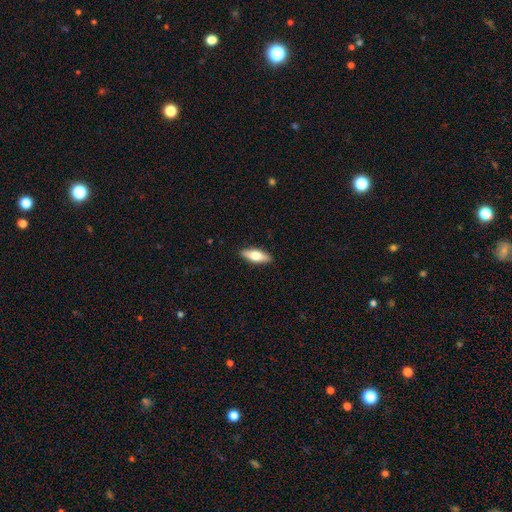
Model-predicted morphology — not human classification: This is likely a smooth galaxy (63%). How rounded: likely in between (63%). Merging: clearly none (90%).